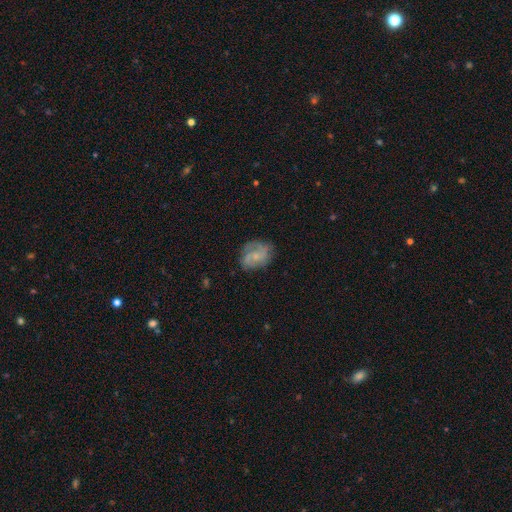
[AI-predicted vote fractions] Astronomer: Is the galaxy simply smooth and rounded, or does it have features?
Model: featured or disk — 57% (runner-up: smooth, 35%).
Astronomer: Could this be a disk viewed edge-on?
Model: no — 97%.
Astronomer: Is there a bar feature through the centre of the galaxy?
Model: no — 71%.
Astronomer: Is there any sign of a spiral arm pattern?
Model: yes — 82%.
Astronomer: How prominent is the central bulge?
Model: small — 64%.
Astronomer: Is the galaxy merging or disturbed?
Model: none — 64%.